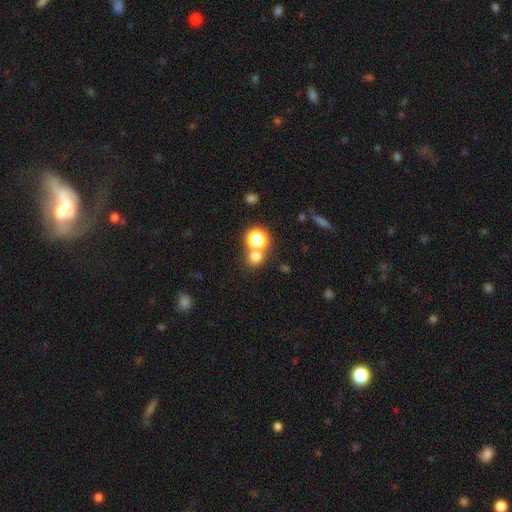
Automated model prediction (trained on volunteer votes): Smooth or featured?
  - smooth: 70% *
  - star or artifact: 23%
  - featured or disk: 7%
How rounded?
  - round: 84% *
  - in between: 15%
  - cigar-shaped: 1%
Merging?
  - none: 62% *
  - merger: 27%
  - minor disturbance: 7%
  - major disturbance: 4%